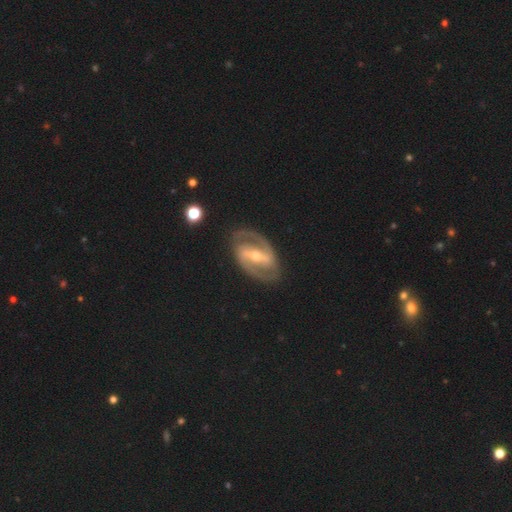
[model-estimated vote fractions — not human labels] smooth_or_featured: featured or disk (p=0.91) [alt: smooth p=0.05]
disk_edge_on: no (p=0.96) [alt: yes p=0.04]
bar: strong (p=0.68) [alt: weak p=0.23]
has_spiral_arms: yes (p=0.95) [alt: no p=0.05]
spiral_winding: medium (p=0.52) [alt: tight p=0.36]
spiral_arm_count: 2 (p=0.93) [alt: can't tell p=0.03]
bulge_size: moderate (p=0.50) [alt: small p=0.46]
merging: none (p=0.84) [alt: minor disturbance p=0.11]